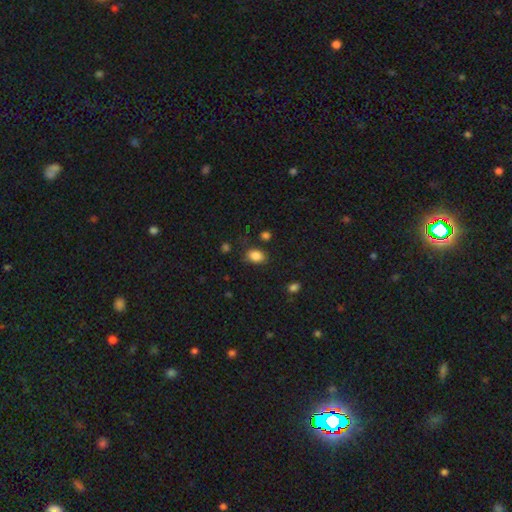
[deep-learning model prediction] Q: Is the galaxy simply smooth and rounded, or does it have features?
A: smooth — 85%.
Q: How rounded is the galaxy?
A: in between — 71%.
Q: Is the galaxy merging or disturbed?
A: none — 78%.